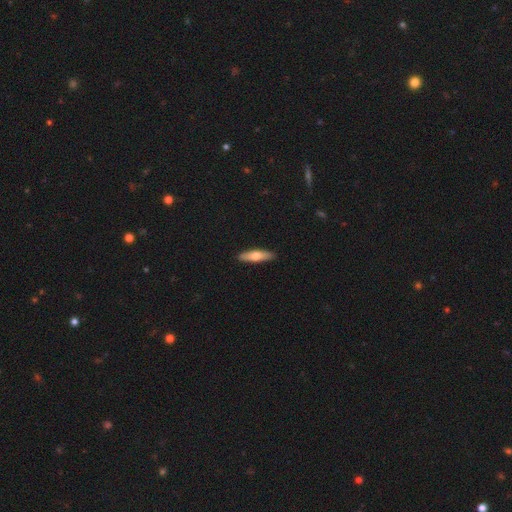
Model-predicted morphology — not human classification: smooth-or-featured: smooth: 63% | featured or disk: 31% | star or artifact: 5%
  how-rounded: cigar-shaped: 68% | in between: 30% | round: 2%
  merging: none: 91% | minor disturbance: 7% | major disturbance: 1% | merger: 1%